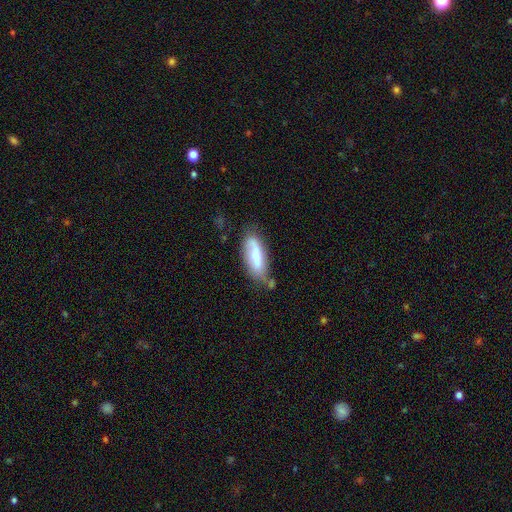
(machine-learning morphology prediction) smooth-or-featured: smooth: 63% | featured or disk: 31% | star or artifact: 7%
  how-rounded: in between: 67% | cigar-shaped: 31% | round: 2%
  merging: none: 54% | minor disturbance: 29% | major disturbance: 9% | merger: 8%